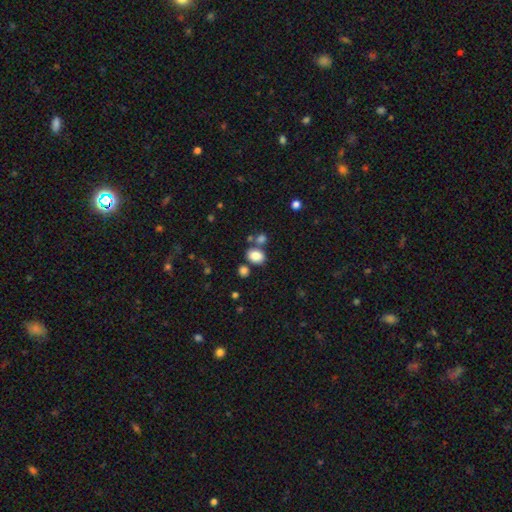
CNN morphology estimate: Smooth or featured: smooth — 84% (star or artifact — 10%)
How rounded: in between — 69% (round — 30%)
Merging: none — 65% (merger — 18%)